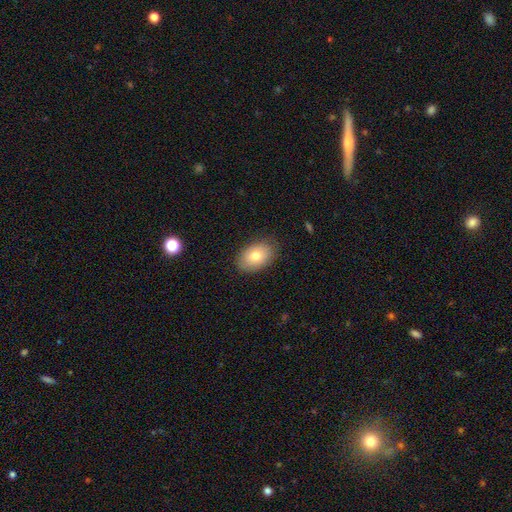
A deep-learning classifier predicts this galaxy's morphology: Smooth or featured? smooth (78%)
How rounded? in between (86%)
Merging? none (84%)